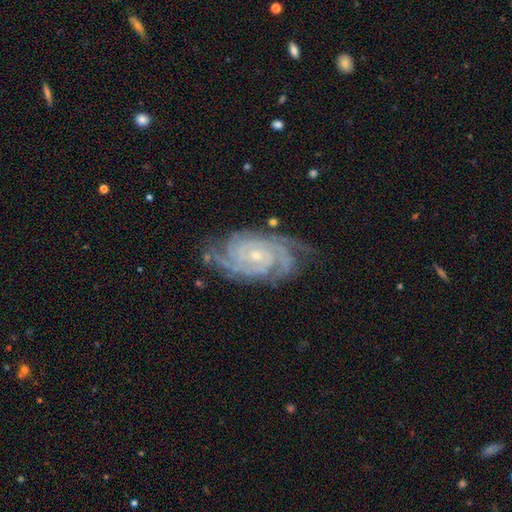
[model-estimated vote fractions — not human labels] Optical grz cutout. It shows a featured or disk galaxy (91%) with no bar (67%), 4 (29%) tight (80%) spiral arms (99%) and a small central bulge (77%). Merging: none (74%).